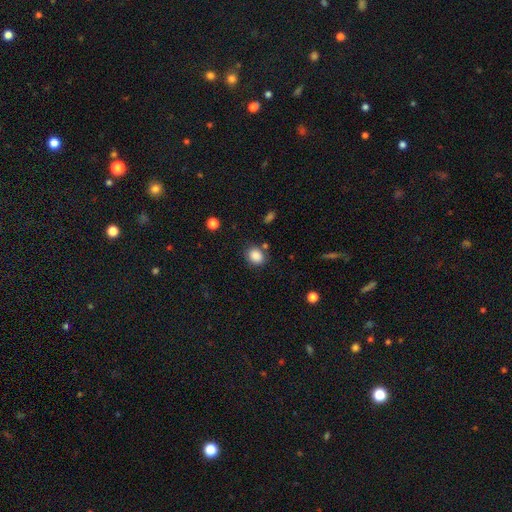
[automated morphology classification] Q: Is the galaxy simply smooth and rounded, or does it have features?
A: smooth — 87%.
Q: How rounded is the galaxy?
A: round — 57%.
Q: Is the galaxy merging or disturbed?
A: none — 78%.